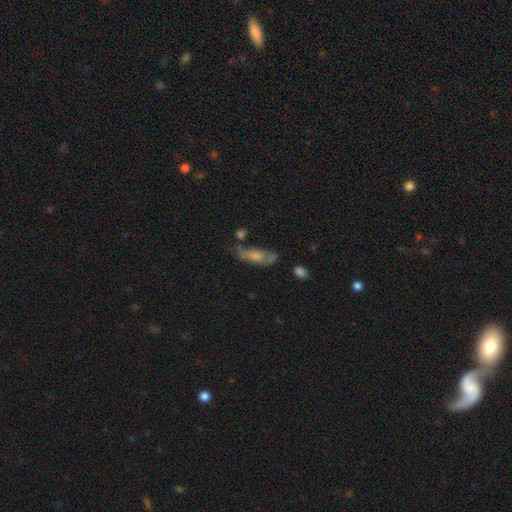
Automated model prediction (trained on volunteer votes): smooth_or_featured: smooth (p=0.59) [alt: featured or disk p=0.31]
how_rounded: in between (p=0.65) [alt: cigar-shaped p=0.32]
merging: none (p=0.45) [alt: minor disturbance p=0.27]